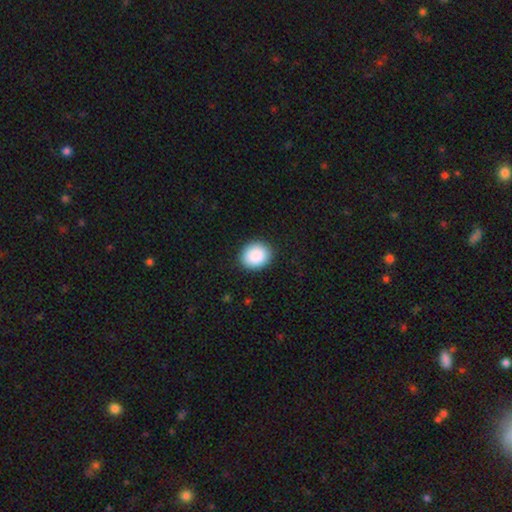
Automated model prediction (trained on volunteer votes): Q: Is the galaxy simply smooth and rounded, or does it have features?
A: smooth — 90%.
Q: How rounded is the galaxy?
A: round — 65%.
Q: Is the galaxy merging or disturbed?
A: none — 90%.